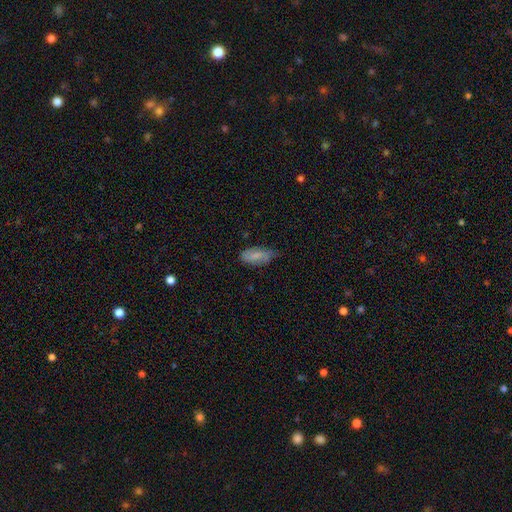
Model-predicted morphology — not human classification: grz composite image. It shows a smooth galaxy with no disk features (72%) that is in between round and cigar-shaped (88%). Merging: none (59%).